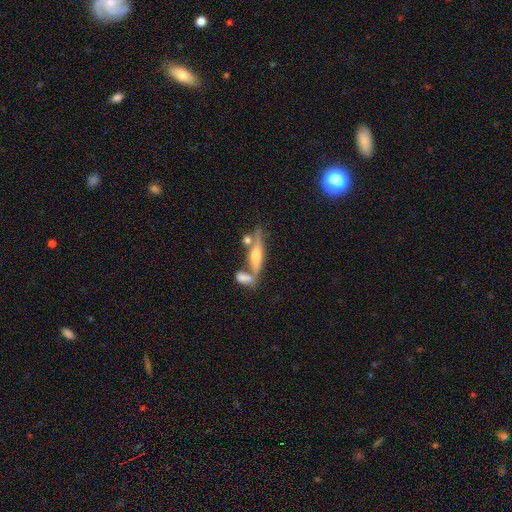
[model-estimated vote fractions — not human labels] Smooth or featured? featured or disk (60%)
Edge-on disk? yes (89%)
Edge-on bulge? rounded (83%)
Merging? none (52%)